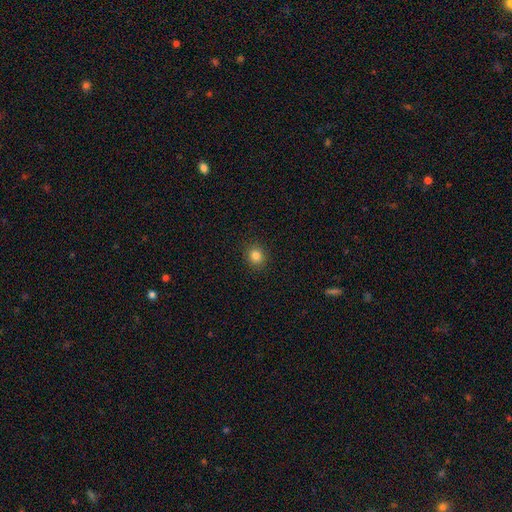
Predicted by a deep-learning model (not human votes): Morphology: type=smooth (83%); roundness=round (80%); merging=none (91%).